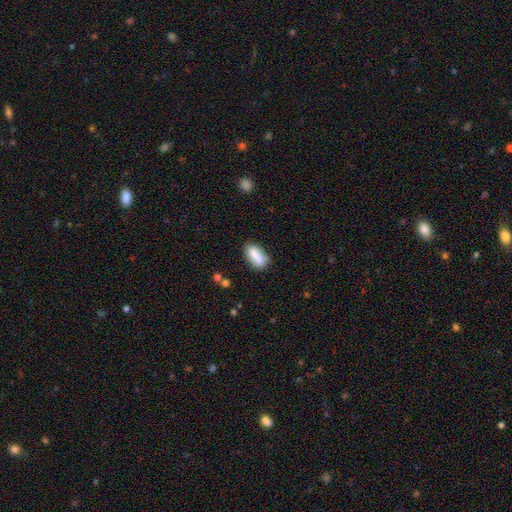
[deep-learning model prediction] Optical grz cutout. It shows a smooth galaxy with no disk features (77%) that is in between round and cigar-shaped (83%). Merging: none (63%).